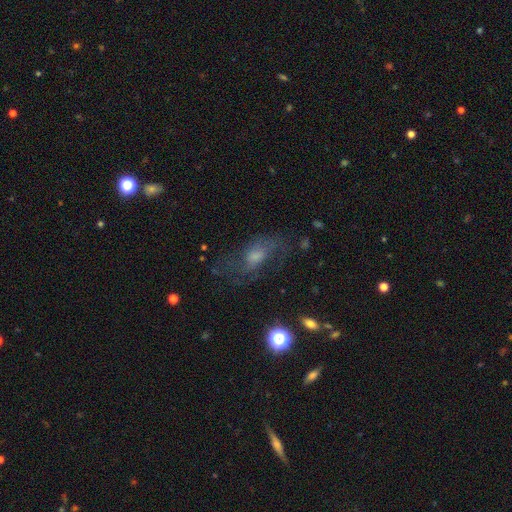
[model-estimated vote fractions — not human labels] Smooth or featured? featured or disk (53%)
Edge-on disk? no (92%)
Merging? none (53%)